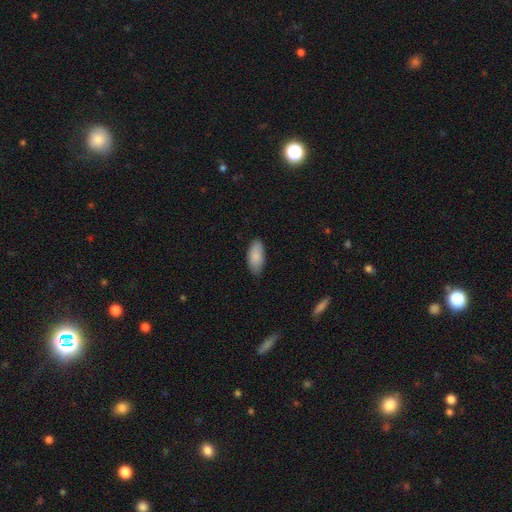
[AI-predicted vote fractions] smooth 88%, featured or disk 6%, star or artifact 6%. Down the decision tree: how rounded — in between (91%); merging — none (82%).